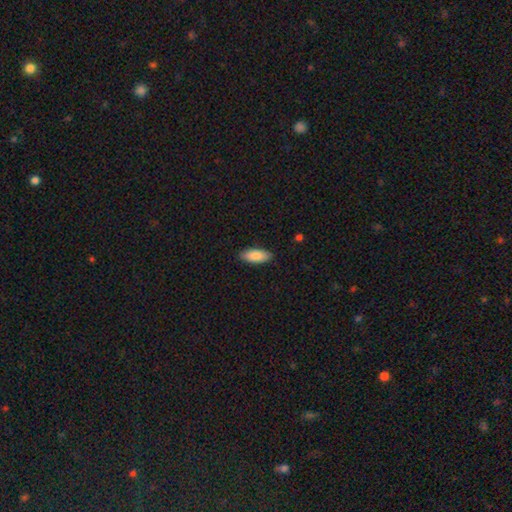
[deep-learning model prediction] Q: Smooth or featured?
A: smooth (86%); runner-up: featured or disk (8%)
Q: How rounded?
A: in between (80%); runner-up: cigar-shaped (18%)
Q: Merging?
A: none (88%); runner-up: minor disturbance (9%)